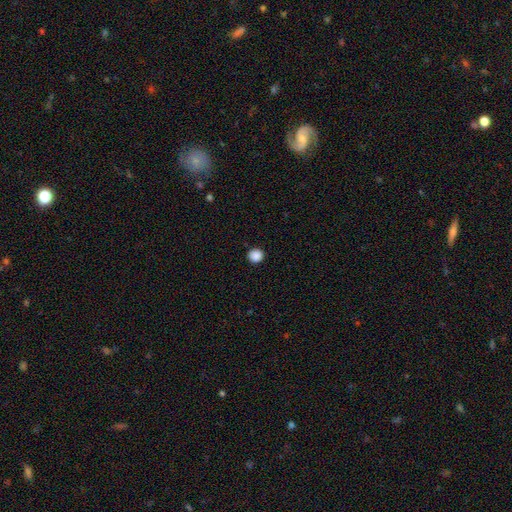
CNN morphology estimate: A smooth galaxy with no disk features (88%) that is round (91%). Merging: none (93%).